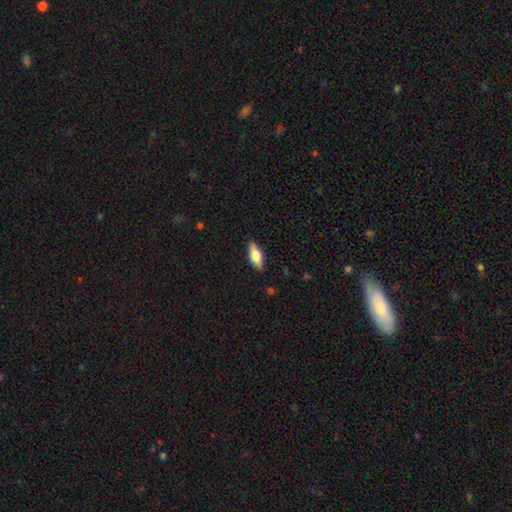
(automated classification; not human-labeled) The model was most divided on "smooth or featured": smooth: 53%, featured or disk: 40%, star or artifact: 7%. More confident: merging — none (87%); how rounded — in between (71%).